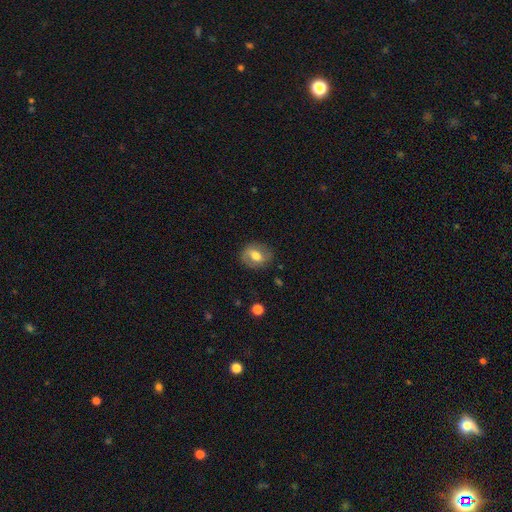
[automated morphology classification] This is possibly a smooth galaxy (47%). Merging: likely none (77%).